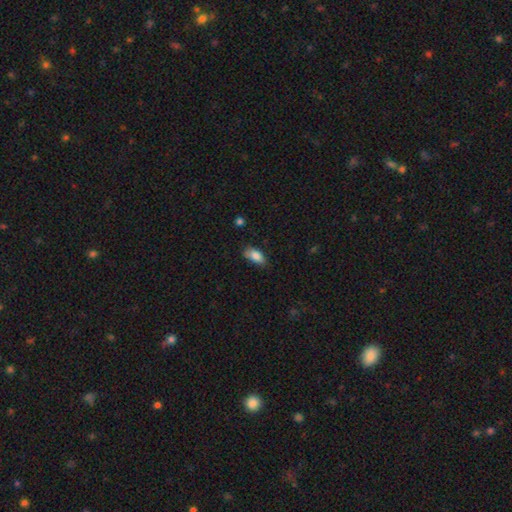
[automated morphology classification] This is clearly a smooth galaxy (83%). How rounded: clearly in between (88%). Merging: likely none (67%).